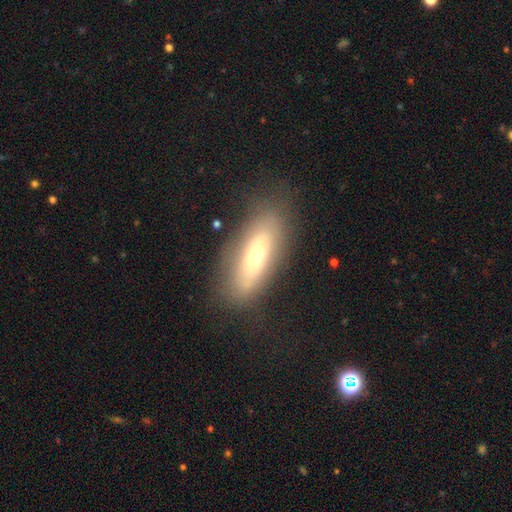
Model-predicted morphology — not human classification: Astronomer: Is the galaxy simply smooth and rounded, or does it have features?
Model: smooth — 55% (runner-up: featured or disk, 36%).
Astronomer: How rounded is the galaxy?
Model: in between — 69%.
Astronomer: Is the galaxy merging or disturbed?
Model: none — 76%.